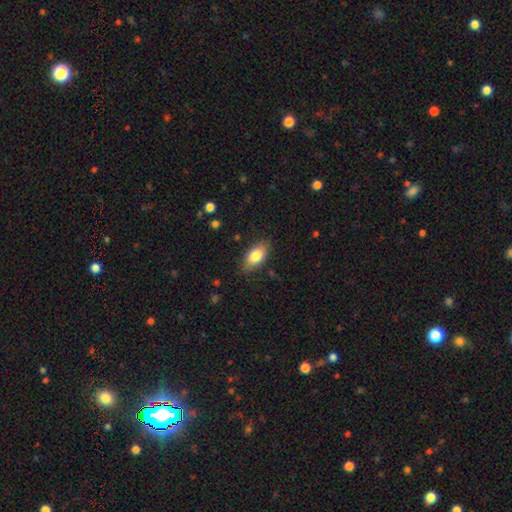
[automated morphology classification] Q: Smooth or featured?
A: smooth (81%); runner-up: featured or disk (11%)
Q: How rounded?
A: in between (90%); runner-up: round (5%)
Q: Merging?
A: none (83%); runner-up: minor disturbance (13%)